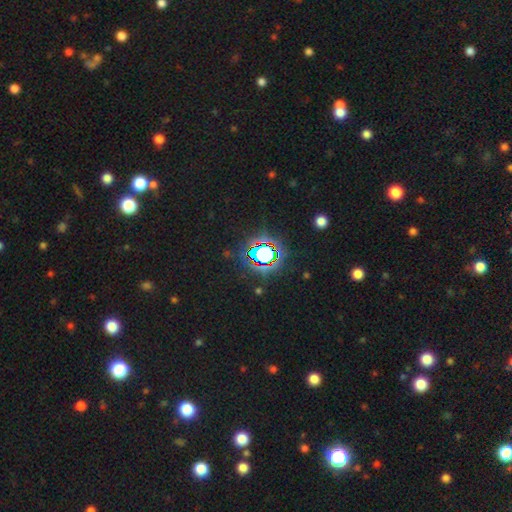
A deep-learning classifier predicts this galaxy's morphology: smooth_or_featured: star or artifact (p=0.77) [alt: smooth p=0.15]